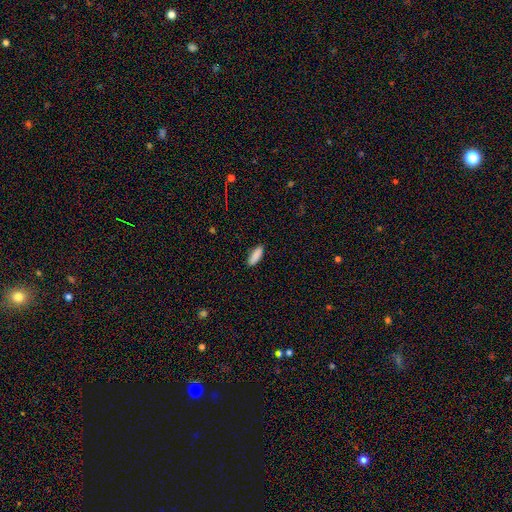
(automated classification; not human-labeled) Smooth or featured: smooth — 89% (star or artifact — 7%)
How rounded: in between — 63% (cigar-shaped — 35%)
Merging: none — 88% (minor disturbance — 9%)